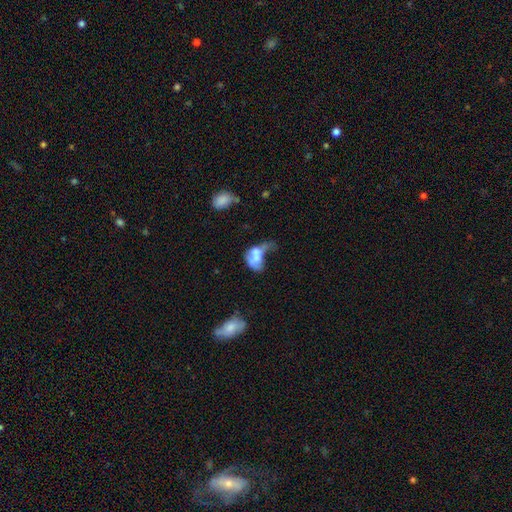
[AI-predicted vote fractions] Smooth or featured: smooth — 54% (featured or disk — 36%)
How rounded: in between — 83% (round — 14%)
Merging: major disturbance — 38% (merger — 36%)